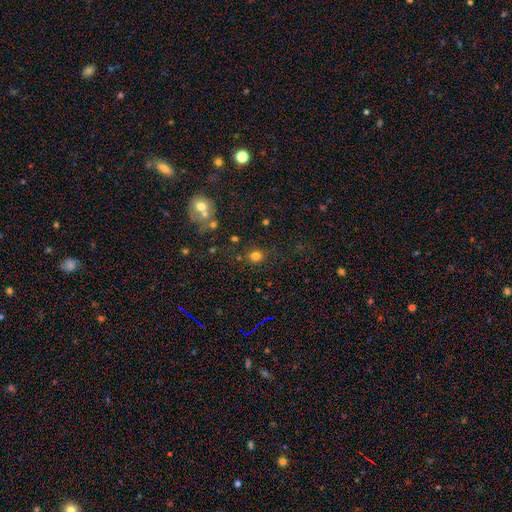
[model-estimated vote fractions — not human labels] This is likely a smooth galaxy (77%). How rounded: clearly round (83%). Merging: likely none (79%).